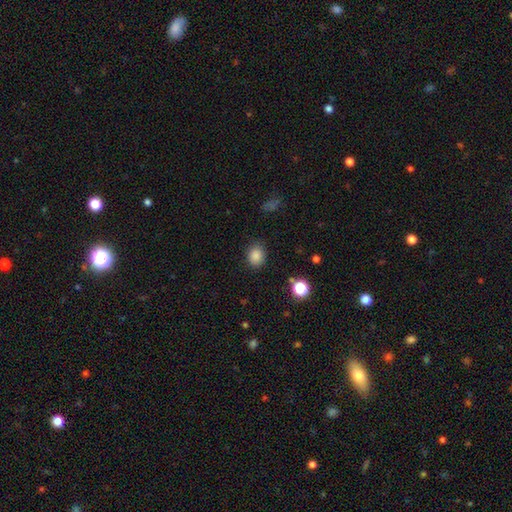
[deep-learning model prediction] Smooth or featured: smooth — 85% (star or artifact — 11%)
How rounded: round — 57% (in between — 42%)
Merging: none — 83% (minor disturbance — 12%)